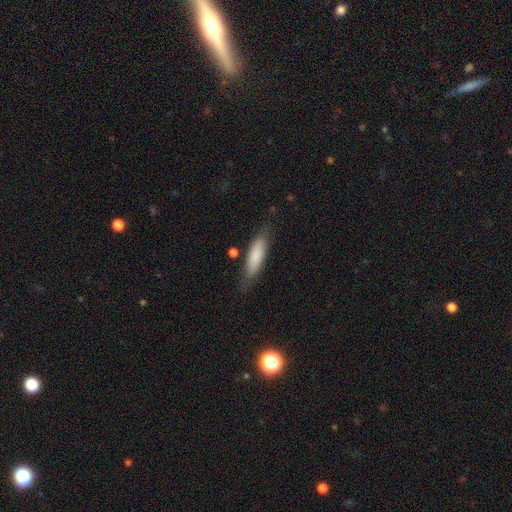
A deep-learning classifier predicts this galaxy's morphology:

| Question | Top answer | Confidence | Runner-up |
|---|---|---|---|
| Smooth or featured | smooth | 82% | featured or disk (12%) |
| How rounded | cigar-shaped | 55% | in between (44%) |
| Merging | none | 74% | minor disturbance (18%) |